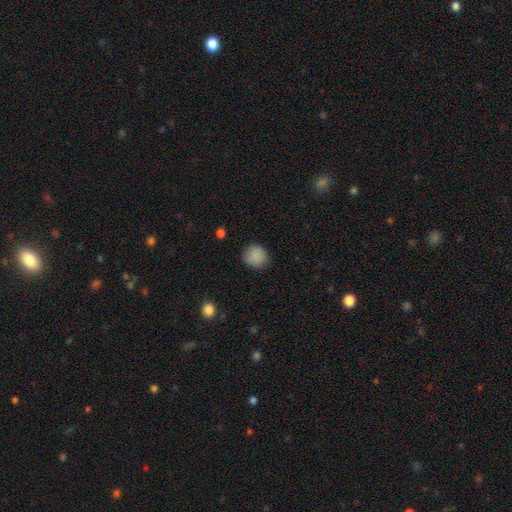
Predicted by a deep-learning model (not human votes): Smooth or featured?
  - smooth: 88% *
  - star or artifact: 9%
  - featured or disk: 4%
How rounded?
  - round: 87% *
  - in between: 12%
  - cigar-shaped: 1%
Merging?
  - none: 83% *
  - minor disturbance: 13%
  - major disturbance: 3%
  - merger: 1%